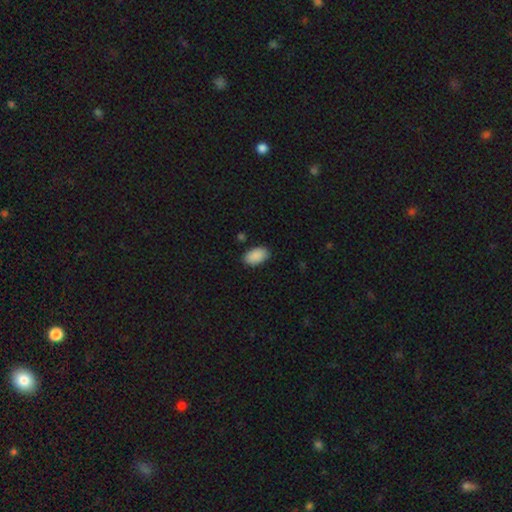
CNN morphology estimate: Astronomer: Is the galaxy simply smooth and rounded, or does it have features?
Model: smooth — 90%.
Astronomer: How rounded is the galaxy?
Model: in between — 94%.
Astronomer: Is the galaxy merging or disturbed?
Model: none — 85%.